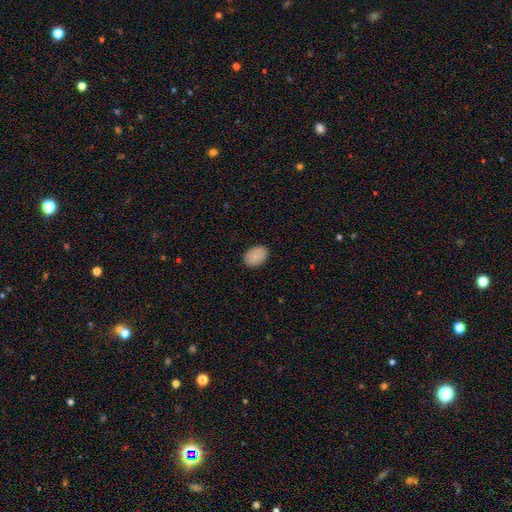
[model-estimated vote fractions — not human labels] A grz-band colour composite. It shows a smooth galaxy with no disk features (89%) that is in between round and cigar-shaped (79%). Merging: none (88%).